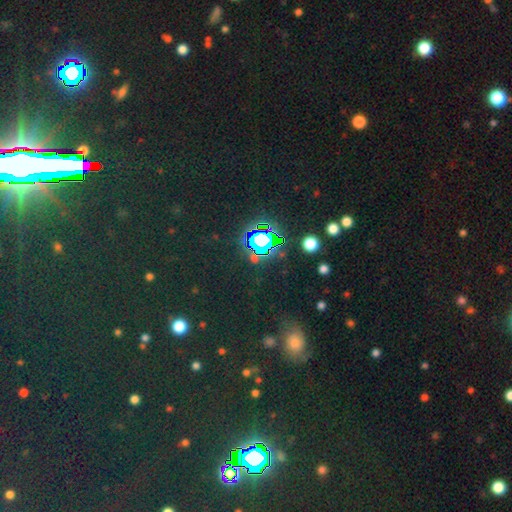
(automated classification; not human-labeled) Overall: star or artifact (75%).